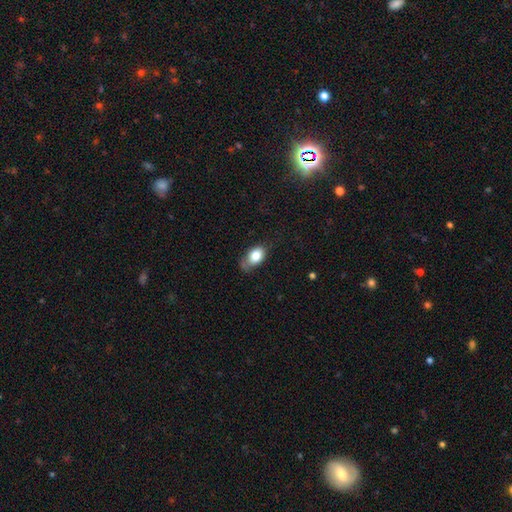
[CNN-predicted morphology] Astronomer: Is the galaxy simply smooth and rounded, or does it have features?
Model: smooth — 80%.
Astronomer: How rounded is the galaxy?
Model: in between — 85%.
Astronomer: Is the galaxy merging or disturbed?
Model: none — 50% (runner-up: minor disturbance, 33%).